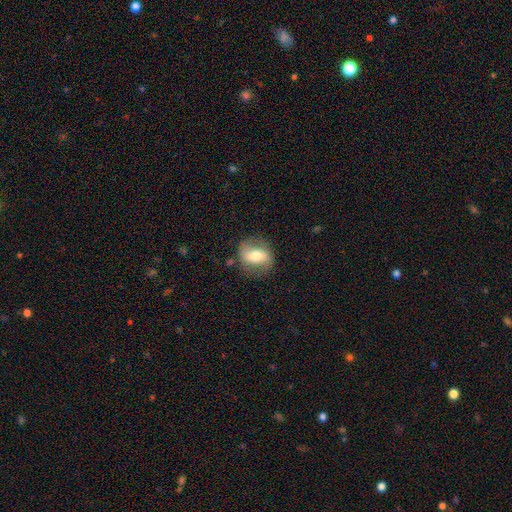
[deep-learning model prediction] Morphology: type=featured or disk (57%); edge-on=no (92%); bar=strong (41%); spiral arms=yes (69%); bulge=moderate (65%); merging=none (76%).